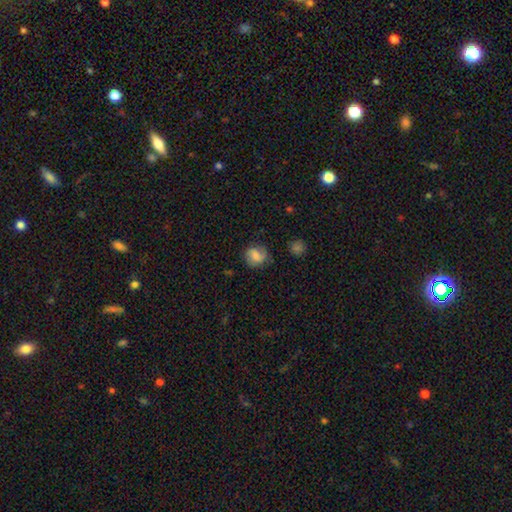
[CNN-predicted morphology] smooth_or_featured: smooth (p=0.61) [alt: featured or disk p=0.30]
how_rounded: round (p=0.77) [alt: in between p=0.22]
merging: none (p=0.75) [alt: minor disturbance p=0.18]